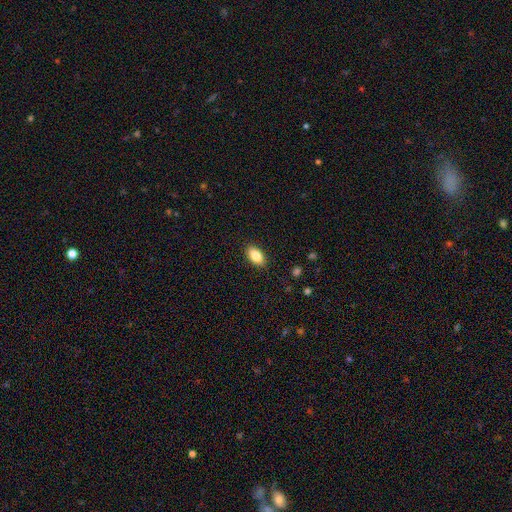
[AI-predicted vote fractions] Q: Smooth or featured?
A: smooth (86%); runner-up: star or artifact (7%)
Q: How rounded?
A: in between (92%); runner-up: round (5%)
Q: Merging?
A: none (89%); runner-up: minor disturbance (8%)